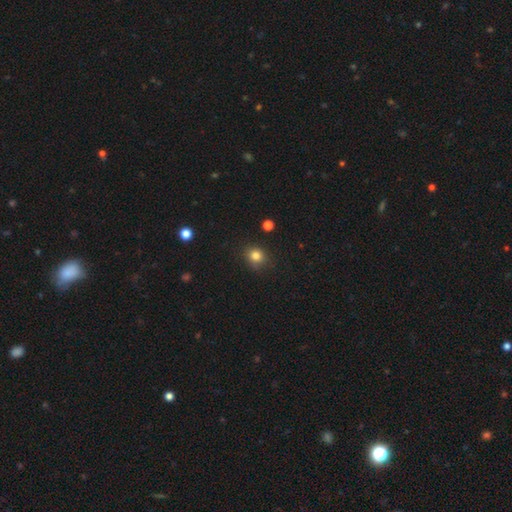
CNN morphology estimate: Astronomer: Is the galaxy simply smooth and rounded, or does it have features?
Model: smooth — 82%.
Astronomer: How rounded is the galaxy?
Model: round — 79%.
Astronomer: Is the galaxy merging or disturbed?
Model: none — 83%.